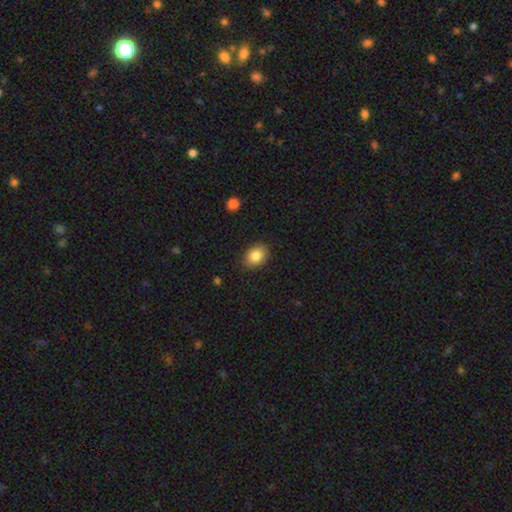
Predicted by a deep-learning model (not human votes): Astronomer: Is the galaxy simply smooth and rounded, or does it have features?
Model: smooth — 86%.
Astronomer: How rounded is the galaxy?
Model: in between — 70%.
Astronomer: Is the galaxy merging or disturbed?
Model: none — 87%.